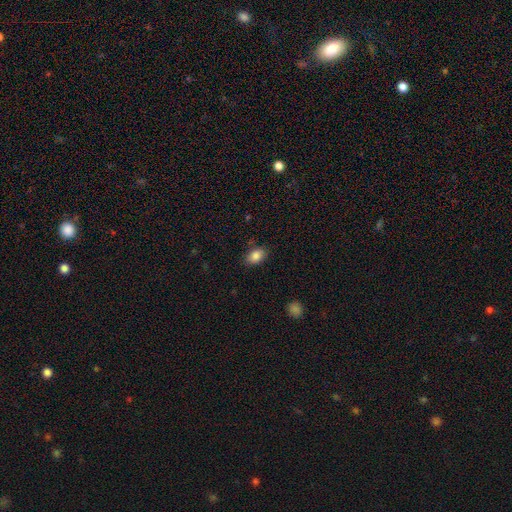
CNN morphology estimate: smooth 86%, star or artifact 8%, featured or disk 5%. Down the decision tree: how rounded — in between (84%); merging — none (84%).